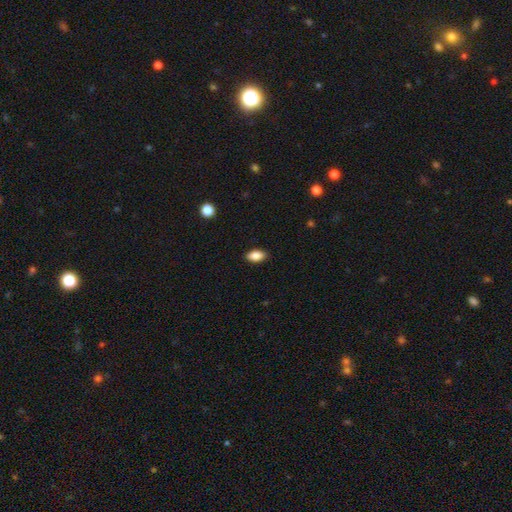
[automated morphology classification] smooth_or_featured: smooth (p=0.86) [alt: star or artifact p=0.08]
how_rounded: in between (p=0.91) [alt: round p=0.05]
merging: none (p=0.89) [alt: minor disturbance p=0.08]